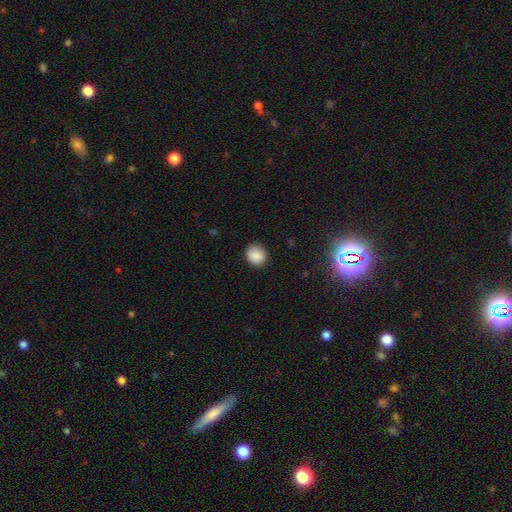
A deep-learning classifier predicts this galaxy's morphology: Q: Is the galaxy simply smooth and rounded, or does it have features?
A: smooth — 88%.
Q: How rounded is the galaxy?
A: round — 83%.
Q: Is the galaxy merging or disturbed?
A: none — 88%.